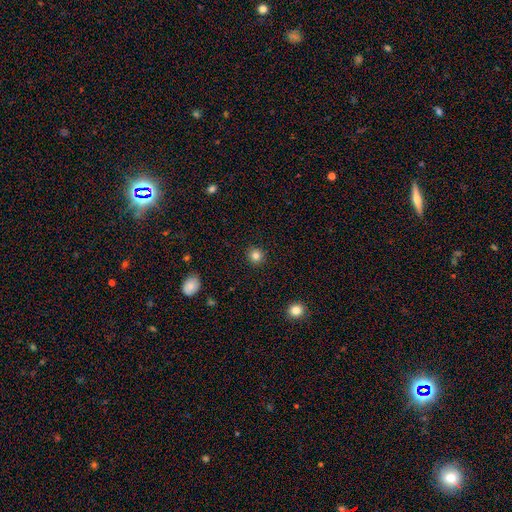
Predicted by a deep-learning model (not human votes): A smooth galaxy with no disk features (83%) that is round (93%).

Vote fractions:
- Smooth or featured? smooth: 83% / star or artifact: 12% / featured or disk: 5%
- How rounded? round: 93% / in between: 6% / cigar-shaped: 1%
- Merging? none: 92% / minor disturbance: 5% / major disturbance: 2% / merger: 1%